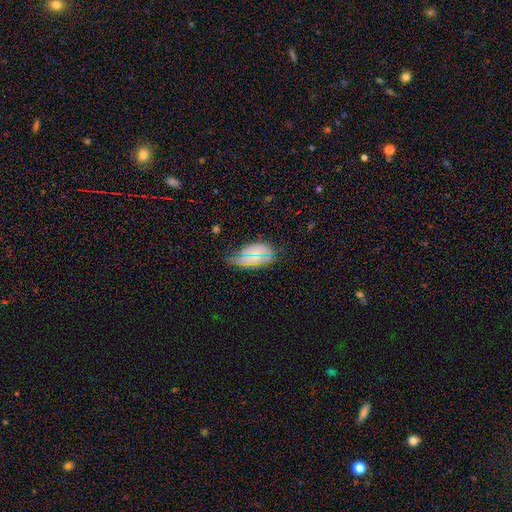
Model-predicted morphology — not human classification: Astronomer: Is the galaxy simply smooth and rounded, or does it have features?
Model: smooth — 54%.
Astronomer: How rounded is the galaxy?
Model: in between — 88%.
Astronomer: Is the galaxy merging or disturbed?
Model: none — 69%.